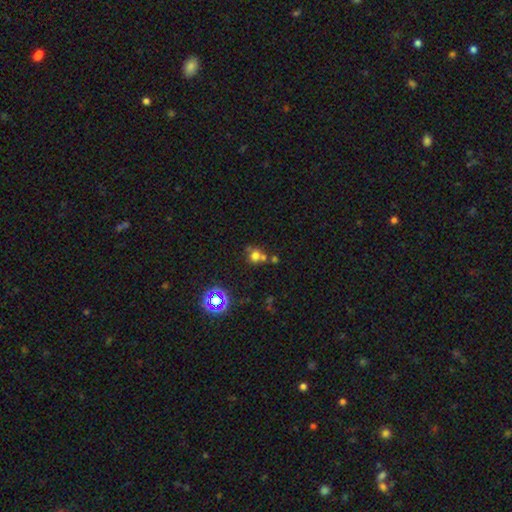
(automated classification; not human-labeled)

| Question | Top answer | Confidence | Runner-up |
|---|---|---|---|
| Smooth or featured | smooth | 64% | star or artifact (22%) |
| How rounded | round | 82% | in between (17%) |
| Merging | none | 46% | merger (38%) |